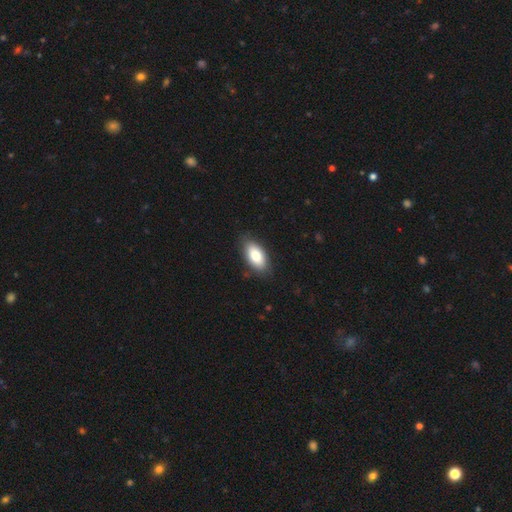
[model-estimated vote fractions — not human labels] smooth 81%, featured or disk 13%, star or artifact 6%. Down the decision tree: how rounded — in between (92%); merging — none (85%).